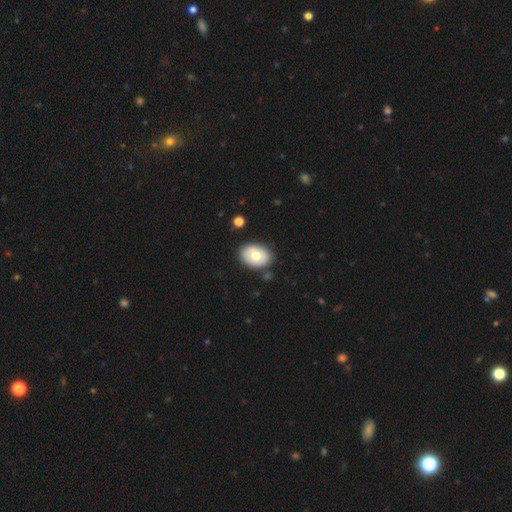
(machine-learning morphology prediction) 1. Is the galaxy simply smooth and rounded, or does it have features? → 63% smooth, 30% featured or disk, 6% star or artifact.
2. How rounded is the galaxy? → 74% in between, 25% round, 1% cigar-shaped.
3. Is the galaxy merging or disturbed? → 83% none, 11% minor disturbance, 3% major disturbance, 3% merger.